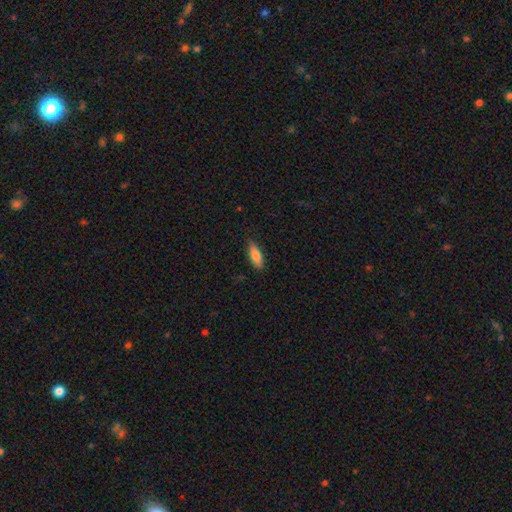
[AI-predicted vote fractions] smooth 79%, featured or disk 15%, star or artifact 6%. Down the decision tree: how rounded — in between (61%); merging — none (85%).